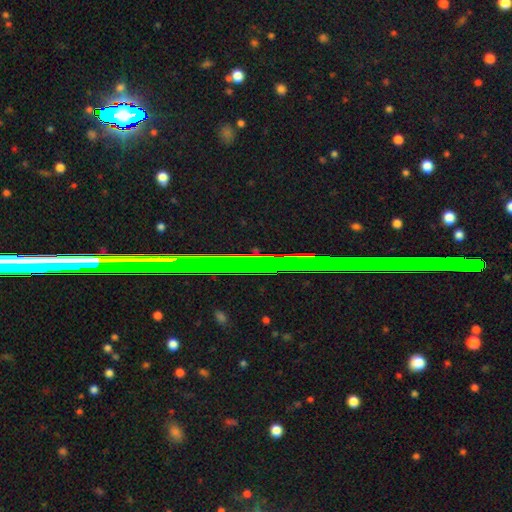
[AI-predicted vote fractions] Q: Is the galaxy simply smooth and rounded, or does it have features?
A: star or artifact — 77%.